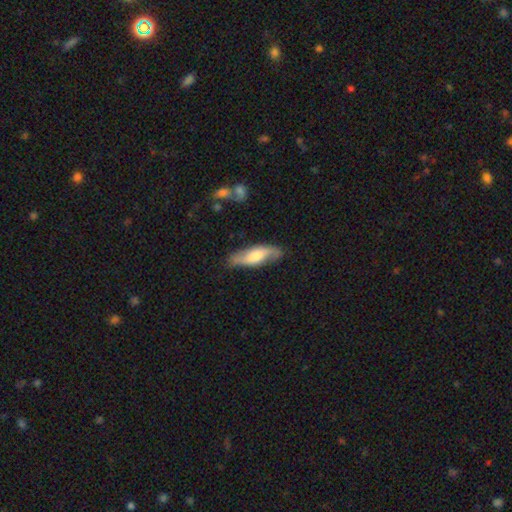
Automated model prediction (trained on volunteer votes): smooth_or_featured: featured or disk (p=0.50) [alt: smooth p=0.44]
disk_edge_on: no (p=0.63) [alt: yes p=0.37]
merging: none (p=0.80) [alt: minor disturbance p=0.15]